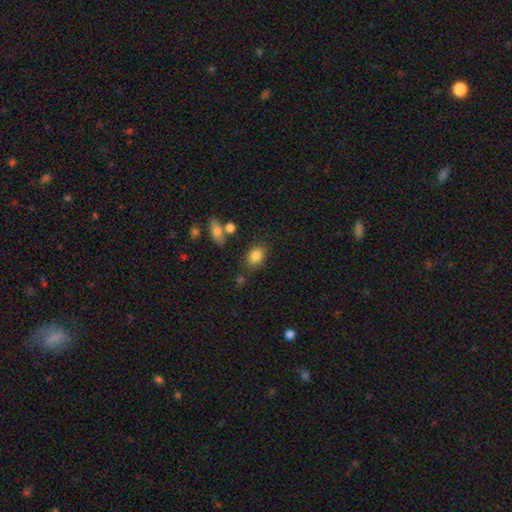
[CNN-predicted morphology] This is clearly a smooth galaxy (85%). How rounded: likely in between (66%). Merging: likely none (74%).